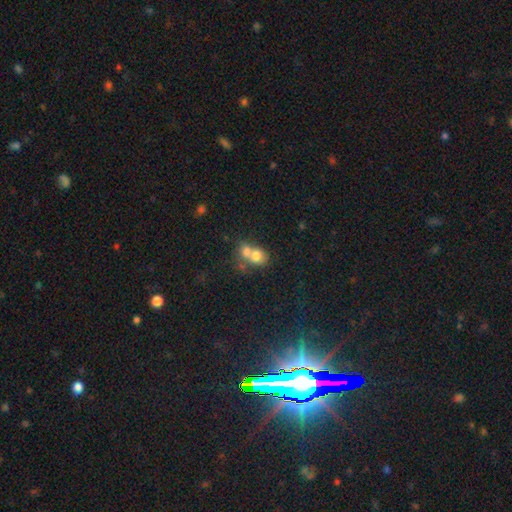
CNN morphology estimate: type=smooth (72%); roundness=round (60%); merging=merger (69%).